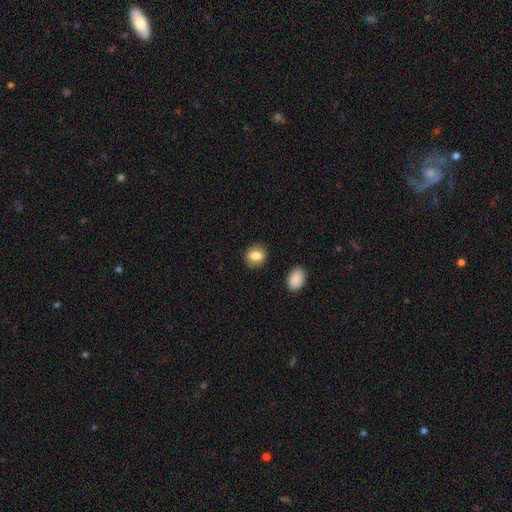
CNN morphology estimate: type=smooth (84%); roundness=round (62%); merging=none (86%).